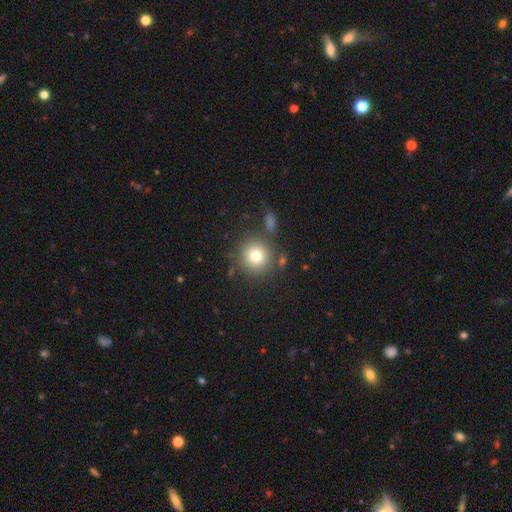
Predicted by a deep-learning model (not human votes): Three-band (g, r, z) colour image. It shows a smooth galaxy with no disk features (77%) that is round (93%). Merging: none (80%).